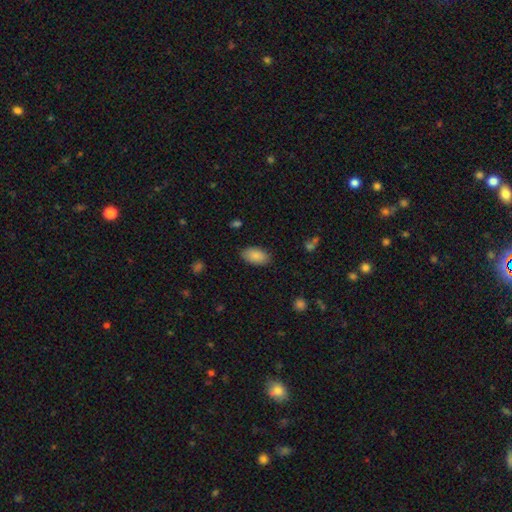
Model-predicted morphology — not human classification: A smooth galaxy with no disk features (88%) that is in between round and cigar-shaped (95%). Merging: none (86%).